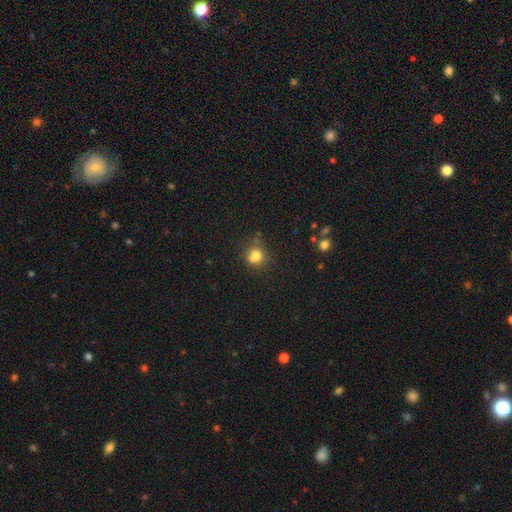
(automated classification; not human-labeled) Smooth or featured: smooth — 77% (star or artifact — 13%)
How rounded: round — 78% (in between — 21%)
Merging: none — 52% (merger — 23%)